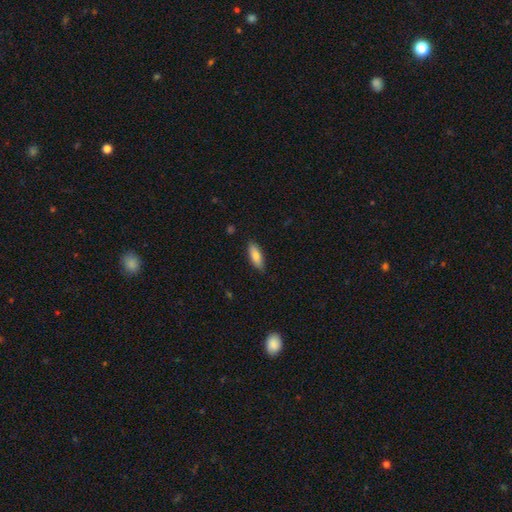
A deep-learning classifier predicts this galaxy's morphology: Q: Smooth or featured?
A: smooth (81%); runner-up: featured or disk (13%)
Q: How rounded?
A: in between (67%); runner-up: cigar-shaped (31%)
Q: Merging?
A: none (85%); runner-up: minor disturbance (12%)